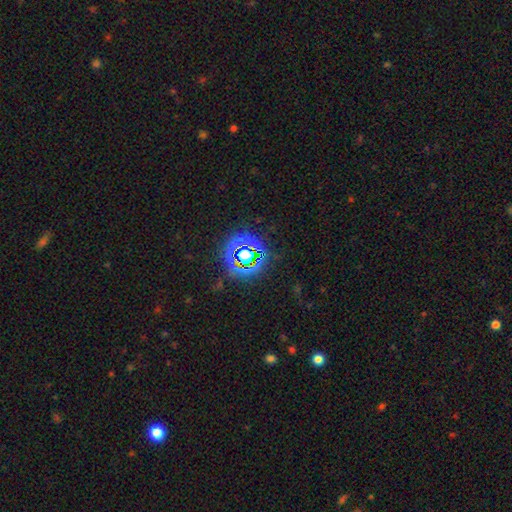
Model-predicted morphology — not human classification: smooth-or-featured: star or artifact: 79% | smooth: 13% | featured or disk: 7%